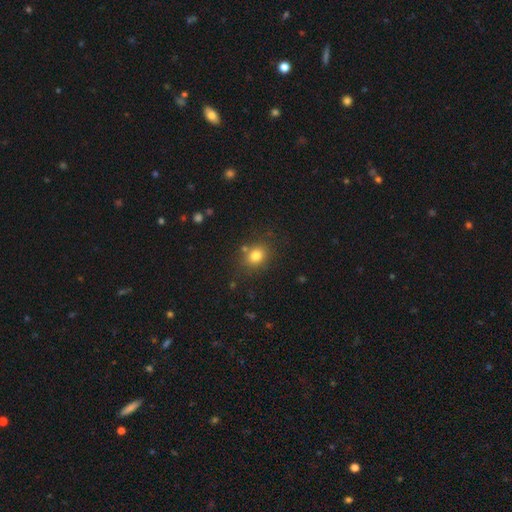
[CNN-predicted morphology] Smooth or featured?
  - smooth: 80% *
  - star or artifact: 12%
  - featured or disk: 8%
How rounded?
  - round: 62% *
  - in between: 37%
  - cigar-shaped: 1%
Merging?
  - none: 76% *
  - minor disturbance: 12%
  - merger: 8%
  - major disturbance: 4%